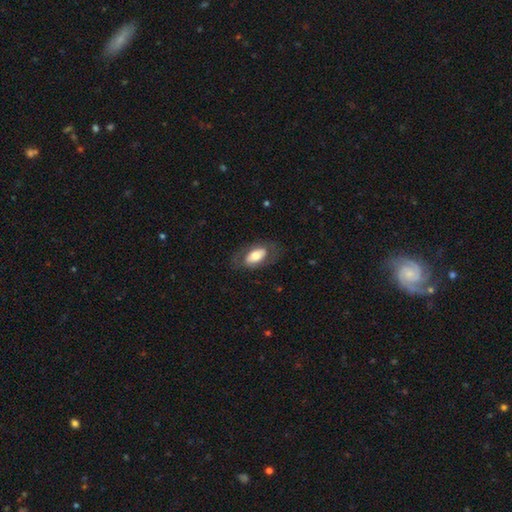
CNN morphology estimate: smooth-or-featured: smooth: 58% | featured or disk: 36% | star or artifact: 6%
  how-rounded: in between: 92% | round: 5% | cigar-shaped: 4%
  merging: none: 74% | minor disturbance: 15% | major disturbance: 10% | merger: 1%